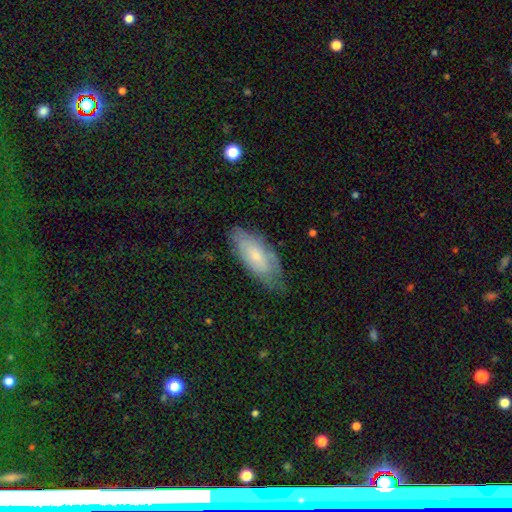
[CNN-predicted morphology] Q: Smooth or featured?
A: smooth (56%); runner-up: featured or disk (37%)
Q: How rounded?
A: in between (82%); runner-up: cigar-shaped (16%)
Q: Merging?
A: none (62%); runner-up: minor disturbance (29%)